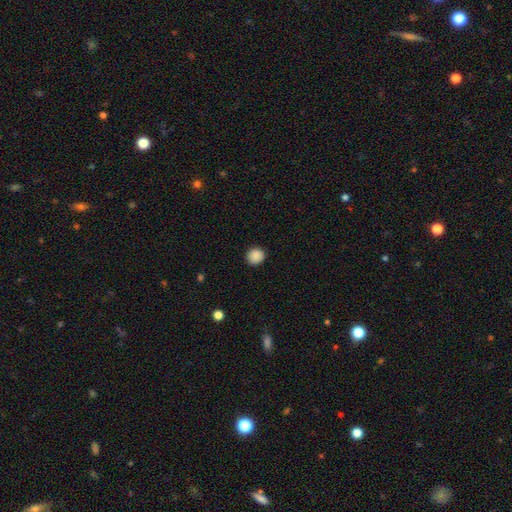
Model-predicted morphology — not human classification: A smooth galaxy with no disk features (88%) that is round (89%).

Vote fractions:
- Smooth or featured? smooth: 88% / star or artifact: 9% / featured or disk: 3%
- How rounded? round: 89% / in between: 10% / cigar-shaped: 1%
- Merging? none: 90% / minor disturbance: 7% / major disturbance: 2% / merger: 1%